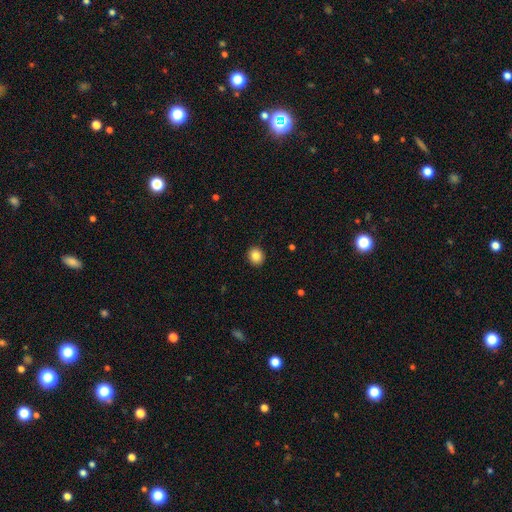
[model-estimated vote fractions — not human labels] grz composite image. It shows a smooth galaxy with no disk features (85%) that is round (78%). Merging: none (92%).